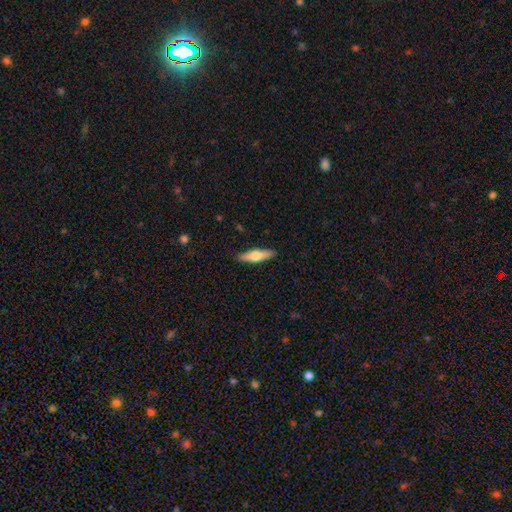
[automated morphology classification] smooth 58%, featured or disk 37%, star or artifact 6%. Down the decision tree: how rounded — cigar-shaped (65%); merging — none (89%).